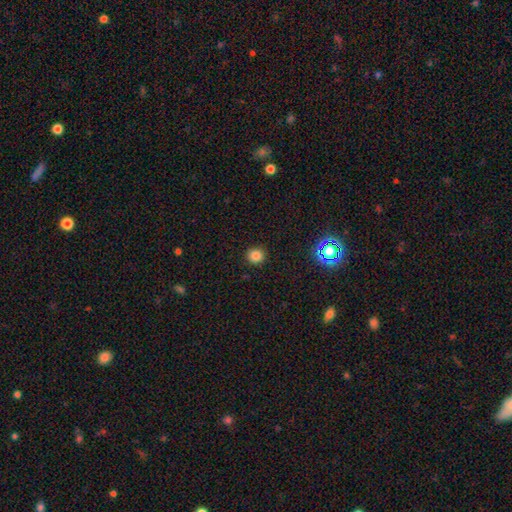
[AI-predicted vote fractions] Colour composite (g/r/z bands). It shows a smooth galaxy with no disk features (82%) that is round (90%). Merging: none (91%).